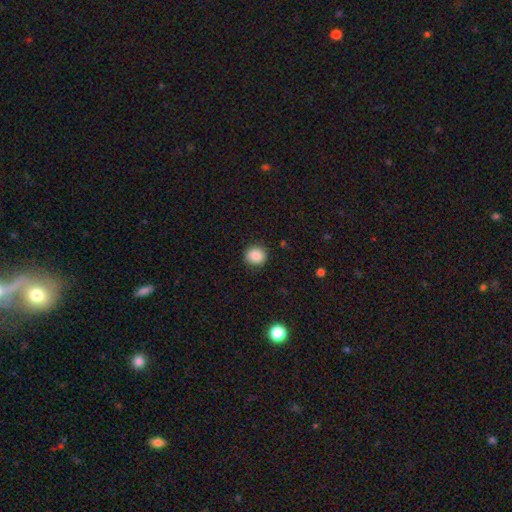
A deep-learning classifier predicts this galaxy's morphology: A smooth galaxy with no disk features (86%) that is round (89%). Merging: none (90%).